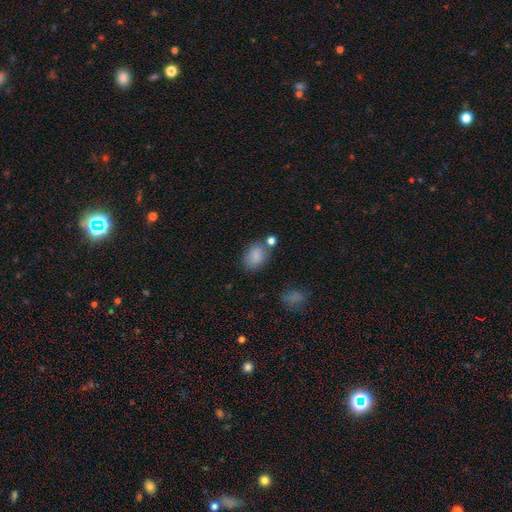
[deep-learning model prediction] Smooth or featured? smooth (84%)
How rounded? in between (77%)
Merging? none (65%)